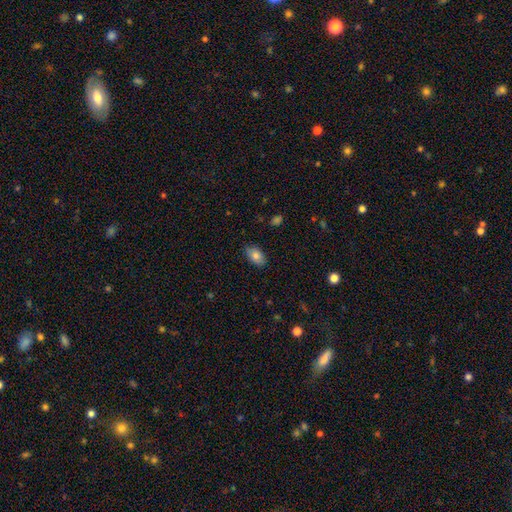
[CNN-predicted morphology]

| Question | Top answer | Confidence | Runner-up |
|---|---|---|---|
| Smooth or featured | smooth | 80% | featured or disk (12%) |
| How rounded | in between | 90% | round (8%) |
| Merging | none | 83% | minor disturbance (13%) |